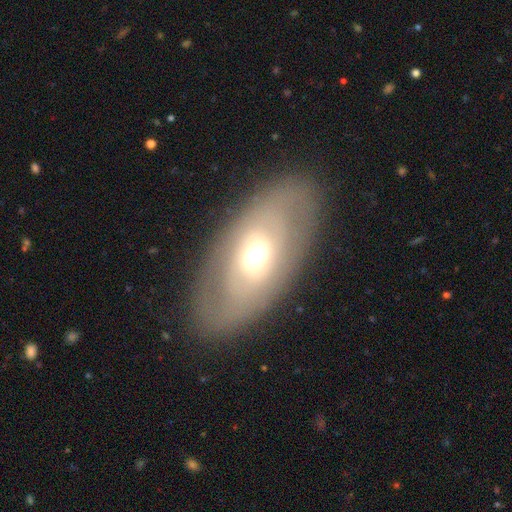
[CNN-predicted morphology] A featured or disk galaxy (52%). Merging: none (83%).